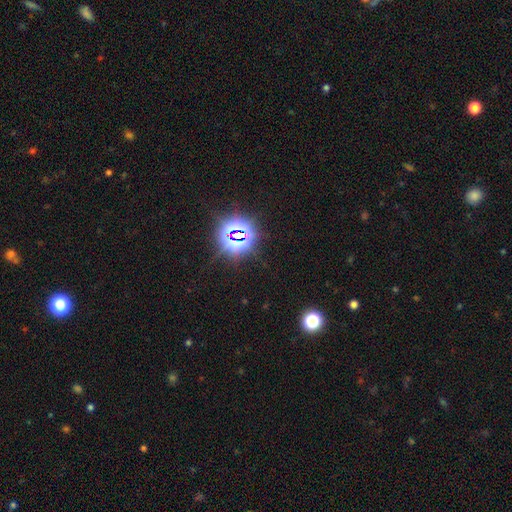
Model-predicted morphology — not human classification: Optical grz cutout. It shows a star or artifact, not a galaxy (78%).